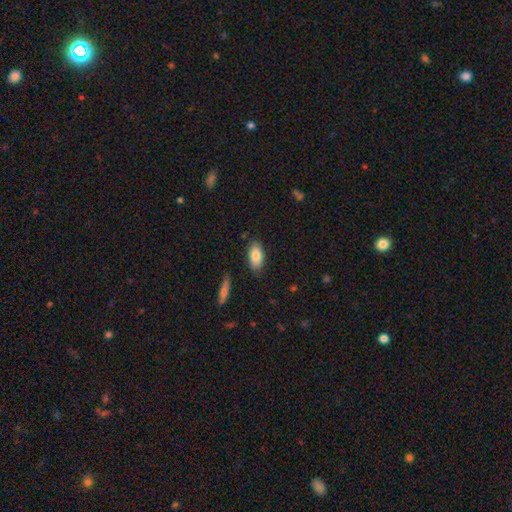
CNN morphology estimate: A smooth galaxy with no disk features (83%) that is in between round and cigar-shaped (91%).

Vote fractions:
- Smooth or featured? smooth: 83% / featured or disk: 10% / star or artifact: 7%
- How rounded? in between: 91% / cigar-shaped: 6% / round: 3%
- Merging? none: 83% / minor disturbance: 12% / major disturbance: 3% / merger: 2%